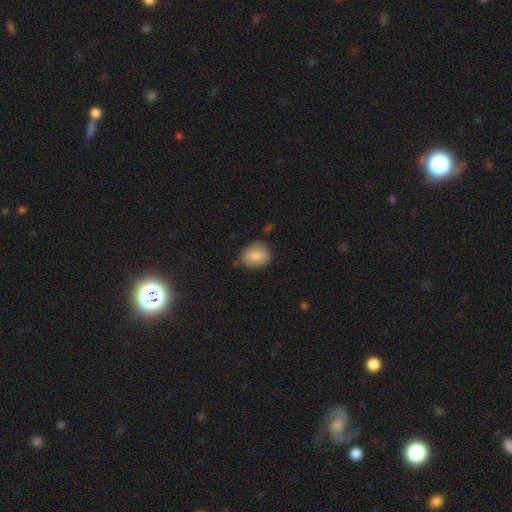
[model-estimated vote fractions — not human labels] Smooth or featured? smooth (84%)
How rounded? round (57%)
Merging? none (75%)